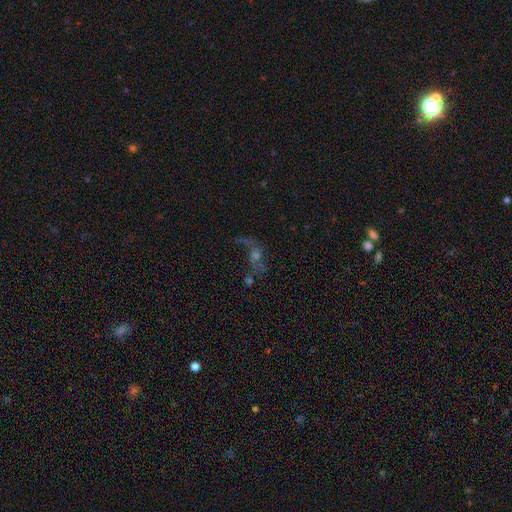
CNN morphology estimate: Q: Smooth or featured?
A: featured or disk (49%); runner-up: star or artifact (27%)
Q: Merging?
A: none (34%); runner-up: major disturbance (33%)